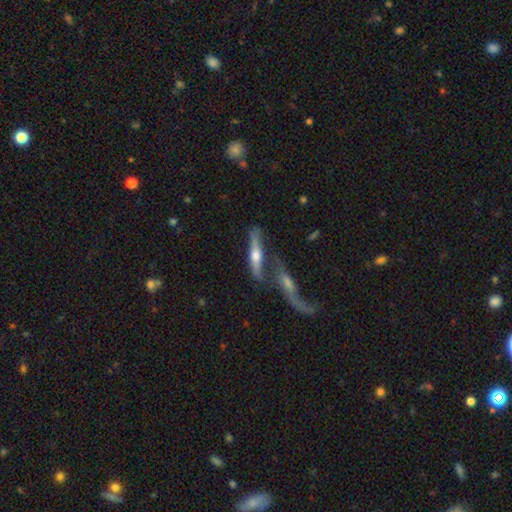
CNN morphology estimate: This is likely a featured or disk galaxy (60%). It is clearly viewed edge-on (86%). Edge-on bulge: clearly rounded (91%). Merging: marginally none (43%).